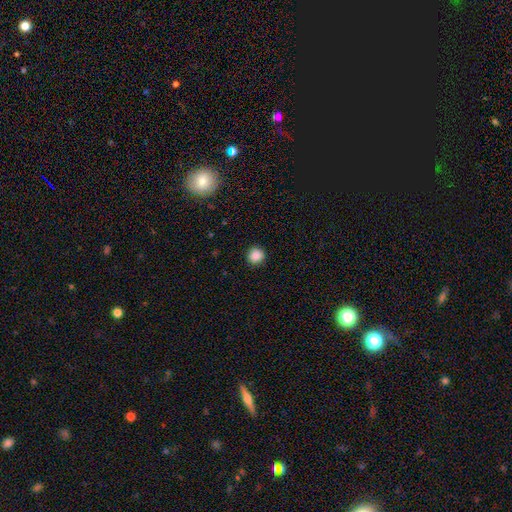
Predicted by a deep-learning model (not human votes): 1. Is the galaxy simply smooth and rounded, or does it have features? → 87% smooth, 10% star or artifact, 3% featured or disk.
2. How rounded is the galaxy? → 93% round, 6% in between, 1% cigar-shaped.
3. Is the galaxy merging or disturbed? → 91% none, 7% minor disturbance, 2% major disturbance, 1% merger.